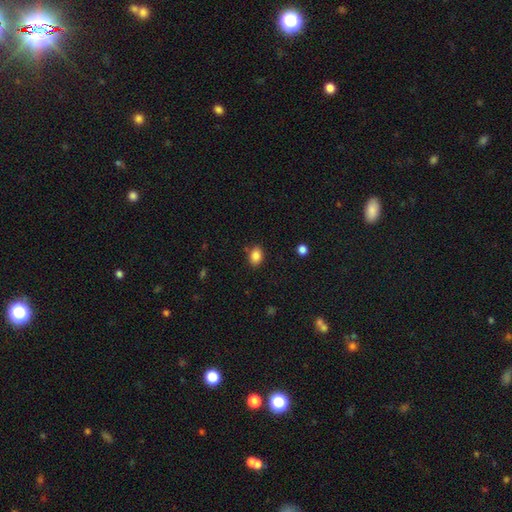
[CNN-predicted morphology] smooth 86%, star or artifact 9%, featured or disk 4%. Down the decision tree: how rounded — in between (72%); merging — none (84%).